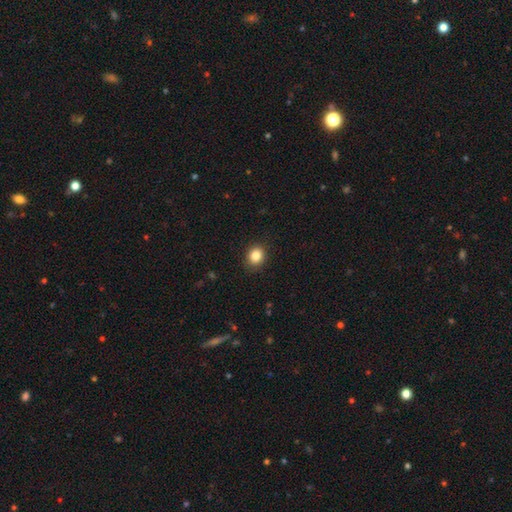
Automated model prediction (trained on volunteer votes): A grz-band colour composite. It shows a smooth galaxy with no disk features (85%) that is round (64%). Merging: none (89%).